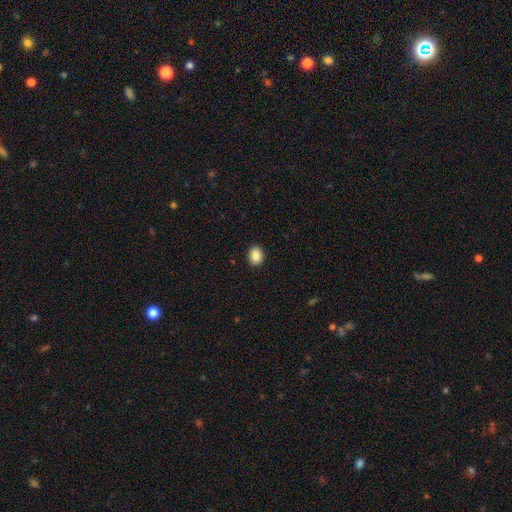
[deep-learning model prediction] smooth-or-featured: smooth: 89% | star or artifact: 8% | featured or disk: 3%
  how-rounded: in between: 52% | round: 47% | cigar-shaped: 1%
  merging: none: 91% | minor disturbance: 6% | major disturbance: 2% | merger: 1%